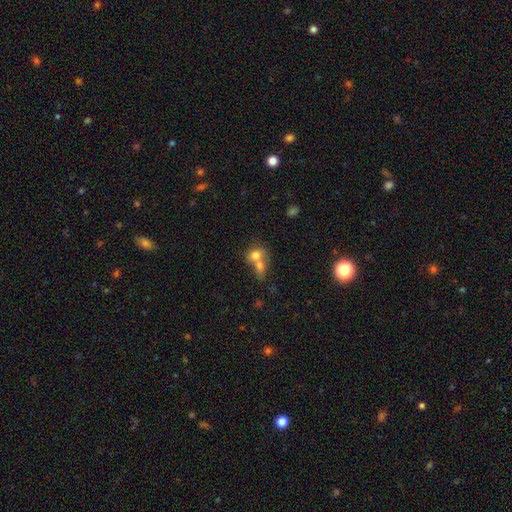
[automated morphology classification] This is likely a smooth galaxy (73%). How rounded: possibly round (57%). Merging: likely merger (68%).